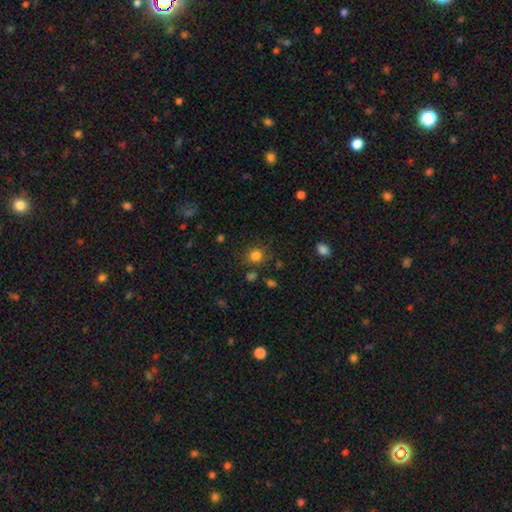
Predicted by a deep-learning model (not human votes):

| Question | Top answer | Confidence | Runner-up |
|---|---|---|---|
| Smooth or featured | smooth | 82% | star or artifact (13%) |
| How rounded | round | 84% | in between (15%) |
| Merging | none | 79% | minor disturbance (12%) |